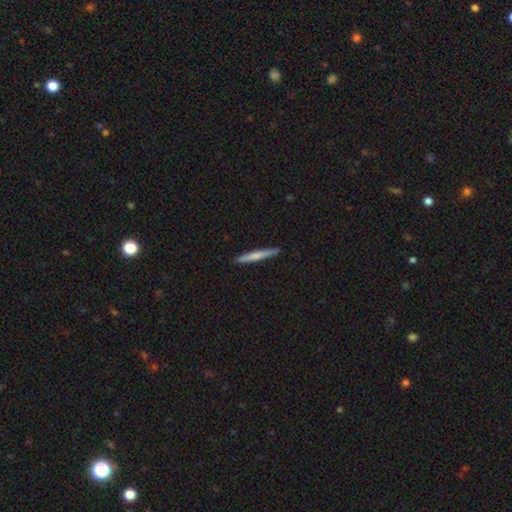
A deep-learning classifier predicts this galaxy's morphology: A smooth galaxy with no disk features (63%) that is cigar-shaped (96%). Merging: none (90%).